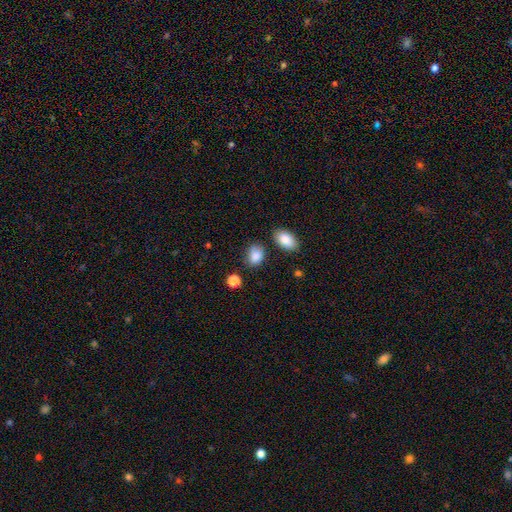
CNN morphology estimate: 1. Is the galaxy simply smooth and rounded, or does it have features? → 87% smooth, 9% star or artifact, 5% featured or disk.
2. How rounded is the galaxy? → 74% in between, 25% round, 1% cigar-shaped.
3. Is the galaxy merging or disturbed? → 65% none, 23% minor disturbance, 6% merger, 6% major disturbance.